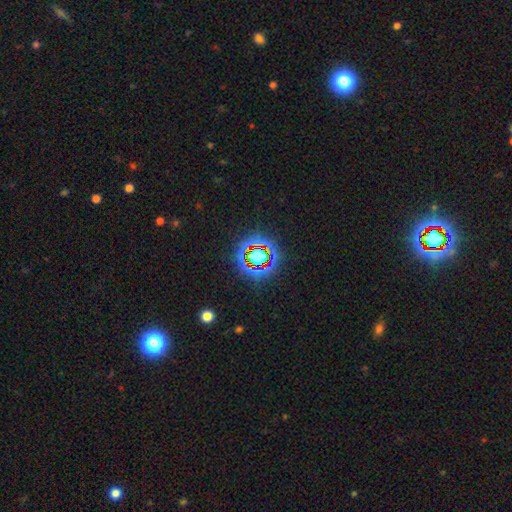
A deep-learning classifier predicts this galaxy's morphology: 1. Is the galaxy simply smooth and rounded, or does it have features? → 65% star or artifact, 23% smooth, 12% featured or disk.